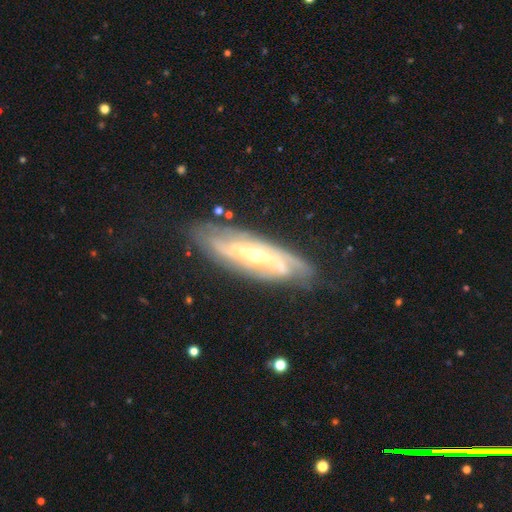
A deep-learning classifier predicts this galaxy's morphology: A featured or disk galaxy (85%) with a strong bar (39%), 2 (47%) tight (48%) spiral arms (91%) and a moderate central bulge (57%). Merging: none (75%).